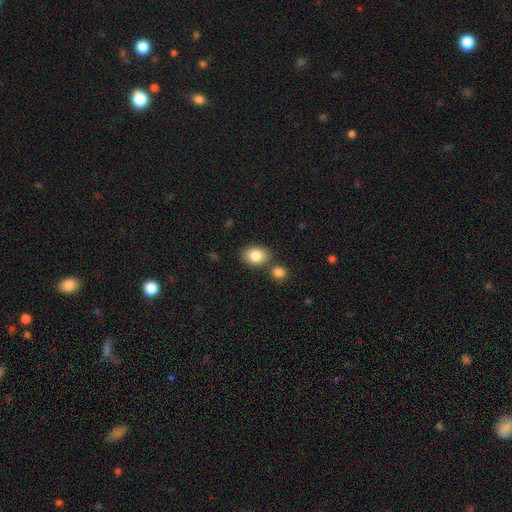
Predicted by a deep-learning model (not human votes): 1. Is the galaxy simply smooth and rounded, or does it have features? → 84% smooth, 8% featured or disk, 8% star or artifact.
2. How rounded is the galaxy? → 68% in between, 31% round, 1% cigar-shaped.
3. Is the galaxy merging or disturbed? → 73% none, 13% merger, 11% minor disturbance, 3% major disturbance.